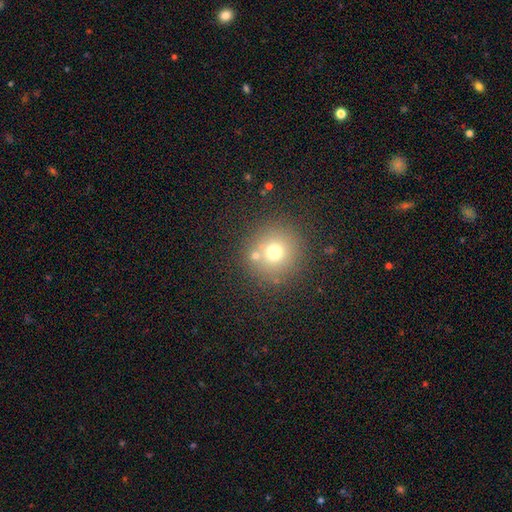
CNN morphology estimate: This is likely a smooth galaxy (69%). How rounded: clearly round (93%). Merging: likely none (76%).